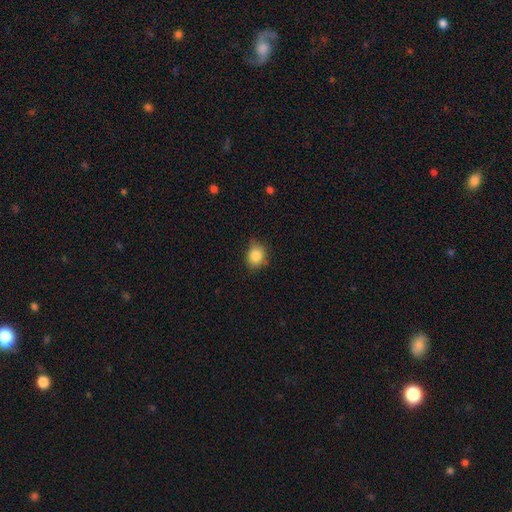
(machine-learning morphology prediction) smooth_or_featured: smooth (p=0.84) [alt: star or artifact p=0.10]
how_rounded: round (p=0.55) [alt: in between p=0.44]
merging: none (p=0.69) [alt: minor disturbance p=0.25]